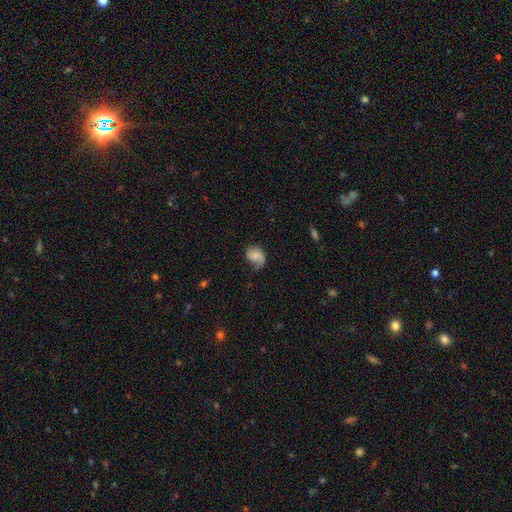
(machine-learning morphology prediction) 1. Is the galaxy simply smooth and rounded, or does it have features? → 52% smooth, 40% featured or disk, 8% star or artifact.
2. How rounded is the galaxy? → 59% in between, 40% round, 1% cigar-shaped.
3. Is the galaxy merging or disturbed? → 47% none, 33% minor disturbance, 18% major disturbance, 2% merger.